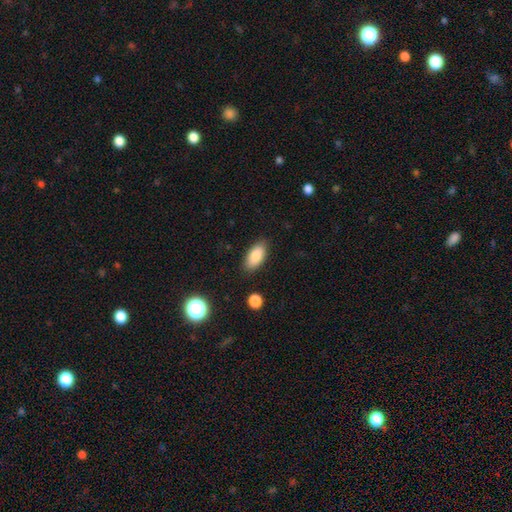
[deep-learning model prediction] Smooth or featured? smooth (85%)
How rounded? in between (91%)
Merging? none (85%)